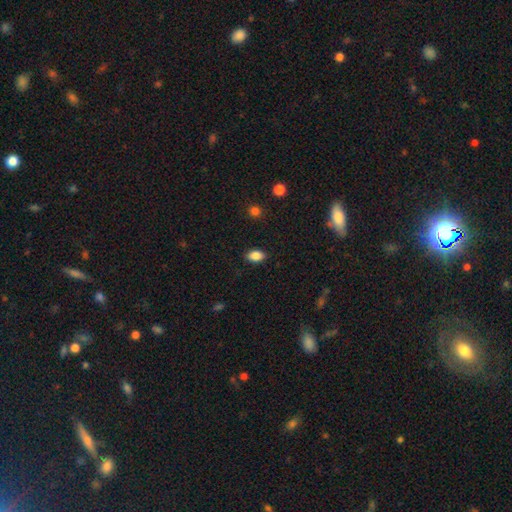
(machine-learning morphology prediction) Overall: smooth (86%). How rounded: in between (87%). Merging: none (87%).